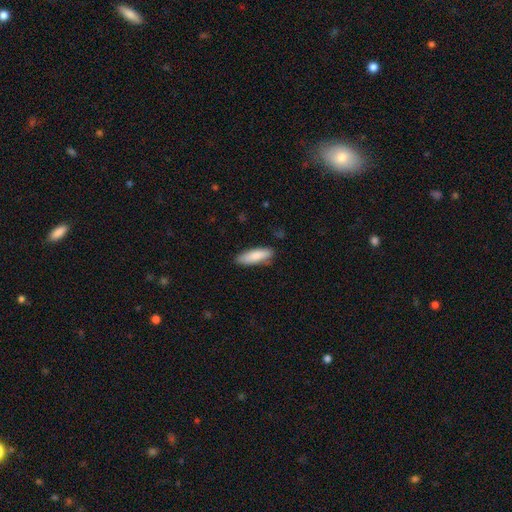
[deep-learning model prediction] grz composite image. It shows a smooth galaxy with no disk features (86%) that is in between round and cigar-shaped (51%). Merging: none (82%).